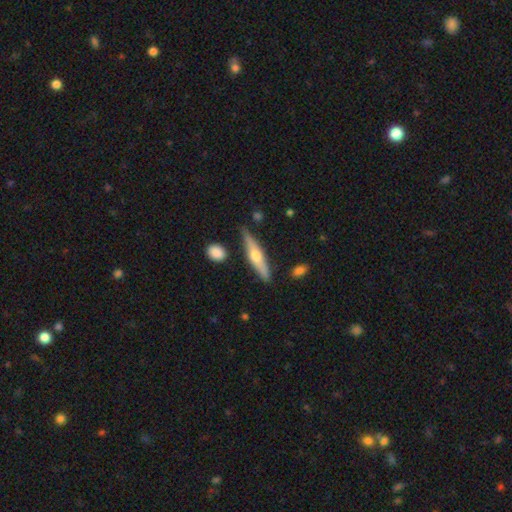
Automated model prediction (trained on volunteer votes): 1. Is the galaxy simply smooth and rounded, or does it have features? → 54% featured or disk, 40% smooth, 6% star or artifact.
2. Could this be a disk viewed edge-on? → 92% yes, 8% no.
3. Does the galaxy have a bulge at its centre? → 91% rounded, 5% none, 4% boxy.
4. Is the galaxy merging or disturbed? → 81% none, 13% minor disturbance, 3% merger, 3% major disturbance.